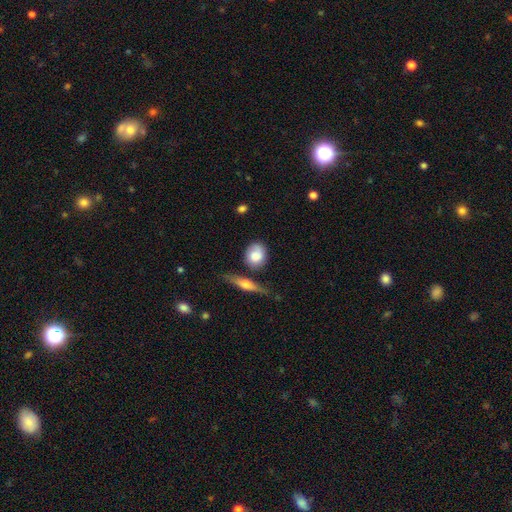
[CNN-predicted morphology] The model was most divided on "how rounded": round: 63%, in between: 34%, cigar-shaped: 4%. More confident: smooth or featured — smooth (77%); merging — none (64%).